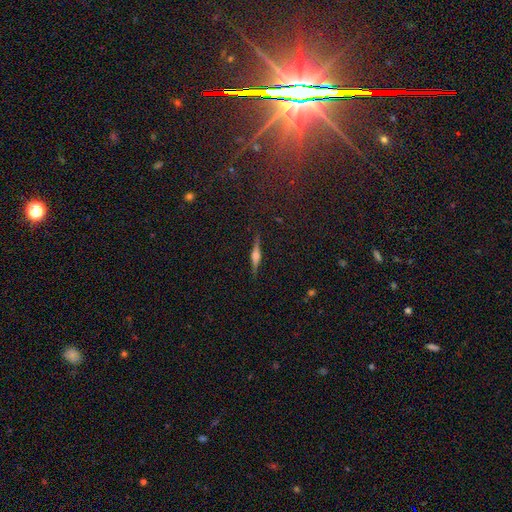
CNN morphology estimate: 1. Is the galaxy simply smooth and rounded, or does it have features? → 72% featured or disk, 19% smooth, 9% star or artifact.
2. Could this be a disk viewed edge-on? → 98% yes, 2% no.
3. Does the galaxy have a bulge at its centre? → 79% rounded, 16% boxy, 4% none.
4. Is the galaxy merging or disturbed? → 89% none, 8% minor disturbance, 2% major disturbance, 1% merger.